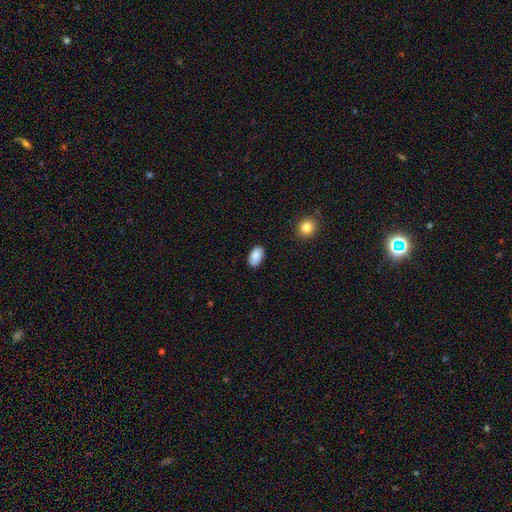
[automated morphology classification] This appears to be a smooth galaxy with no disk features (89%) that is in between round and cigar-shaped (94%). Merging: none (87%).